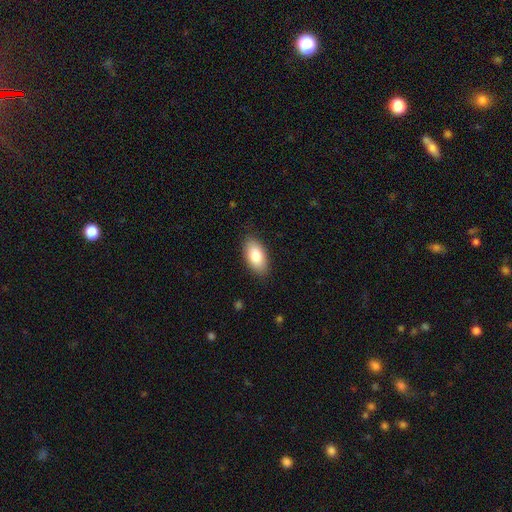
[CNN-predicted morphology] Smooth or featured? Predicted: smooth (p=0.83). How rounded? Predicted: in between (p=0.93). Merging? Predicted: none (p=0.86).